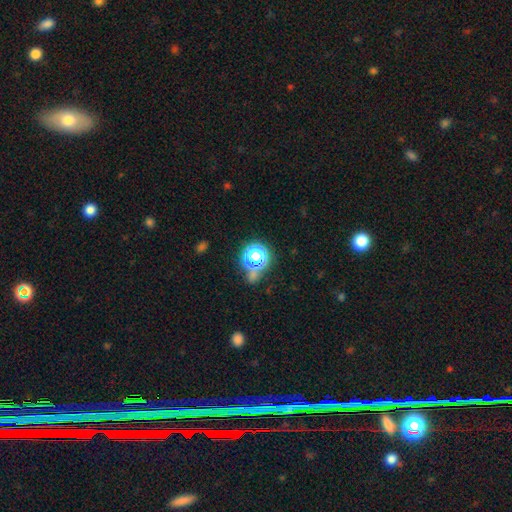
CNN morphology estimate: Overall: star or artifact (49%; smooth 41%).